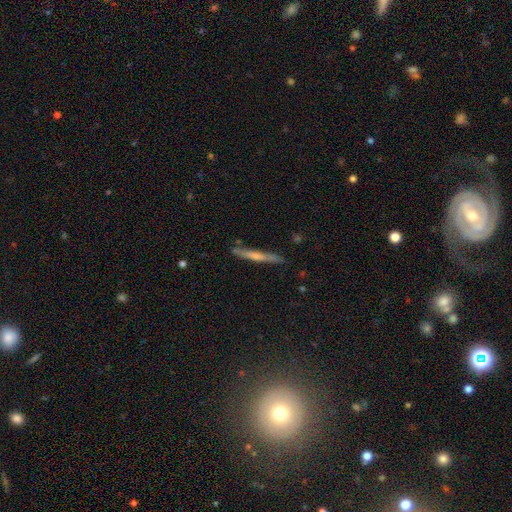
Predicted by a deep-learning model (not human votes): This appears to be a featured or disk galaxy (53%) viewed edge-on (95%) with no central bulge (49%). Merging: none (85%).